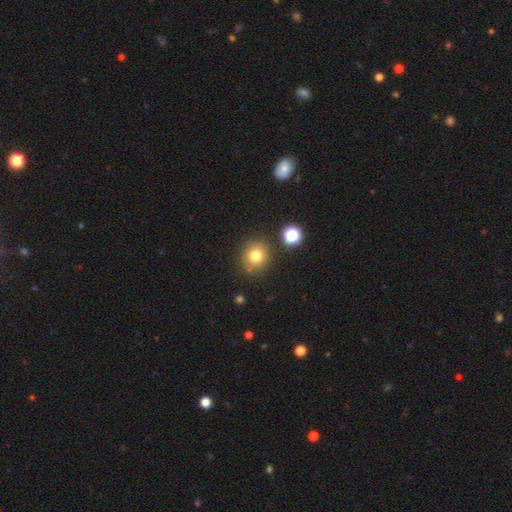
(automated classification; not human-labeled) Q: Smooth or featured?
A: smooth (78%); runner-up: star or artifact (14%)
Q: How rounded?
A: round (88%); runner-up: in between (11%)
Q: Merging?
A: none (83%); runner-up: minor disturbance (9%)